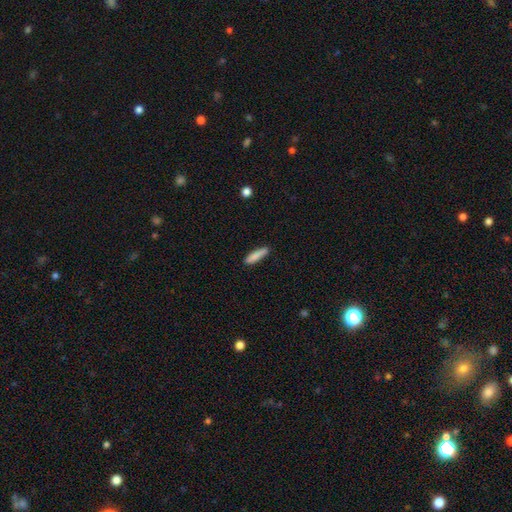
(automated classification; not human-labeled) Smooth or featured?
  - smooth: 86% *
  - featured or disk: 8%
  - star or artifact: 7%
How rounded?
  - cigar-shaped: 77% *
  - in between: 21%
  - round: 1%
Merging?
  - none: 84% *
  - minor disturbance: 12%
  - major disturbance: 2%
  - merger: 2%